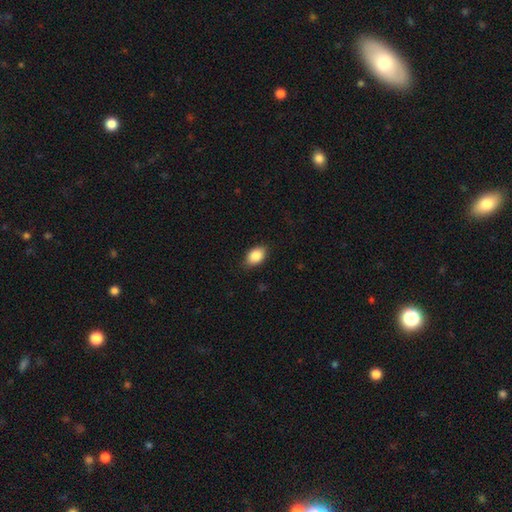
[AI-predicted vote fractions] Smooth or featured: smooth — 87% (star or artifact — 8%)
How rounded: in between — 84% (round — 15%)
Merging: none — 84% (minor disturbance — 12%)